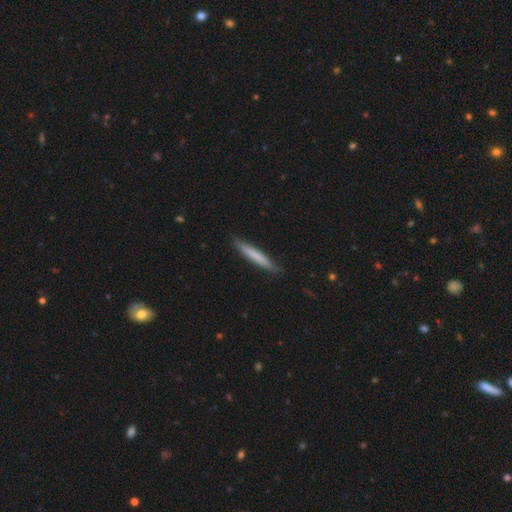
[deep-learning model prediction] Overall: smooth (71%). How rounded: cigar-shaped (94%). Merging: none (87%).